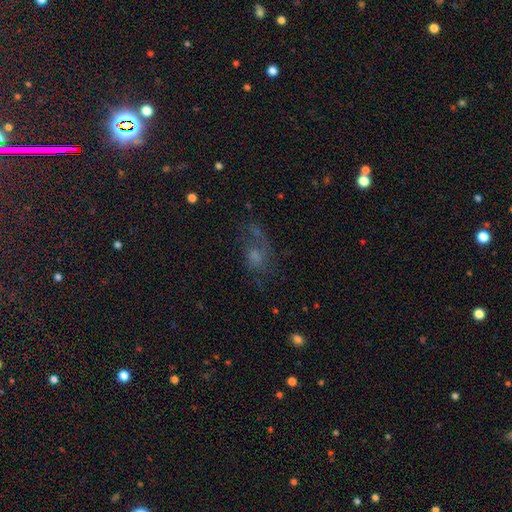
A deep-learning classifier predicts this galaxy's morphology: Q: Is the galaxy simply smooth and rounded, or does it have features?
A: featured or disk — 41%.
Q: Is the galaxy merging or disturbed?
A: none — 46%.